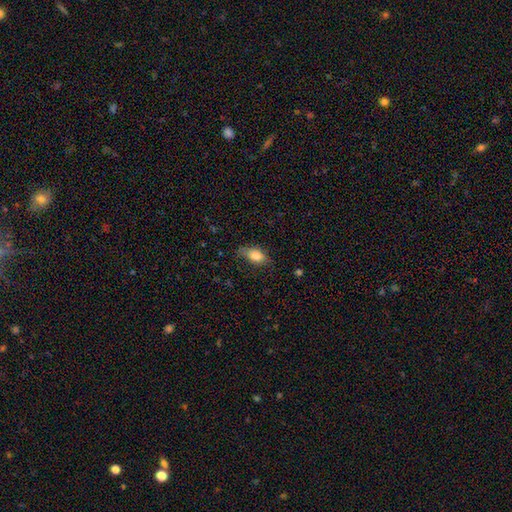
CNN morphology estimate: Q: Smooth or featured?
A: smooth (80%); runner-up: featured or disk (12%)
Q: How rounded?
A: in between (86%); runner-up: round (8%)
Q: Merging?
A: none (66%); runner-up: minor disturbance (27%)